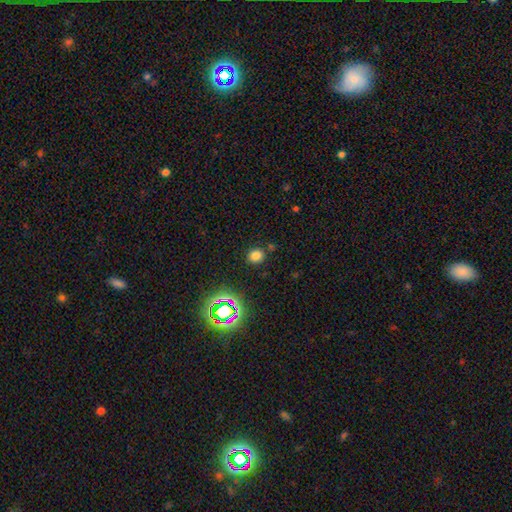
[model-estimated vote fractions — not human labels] The model was most divided on "how rounded": round: 74%, in between: 25%, cigar-shaped: 1%. More confident: merging — none (84%); smooth or featured — smooth (74%).